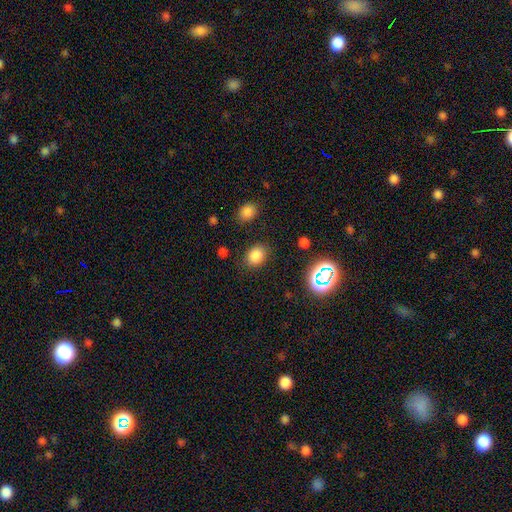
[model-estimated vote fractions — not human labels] Morphology: type=smooth (81%); roundness=in between (55%); merging=none (82%).